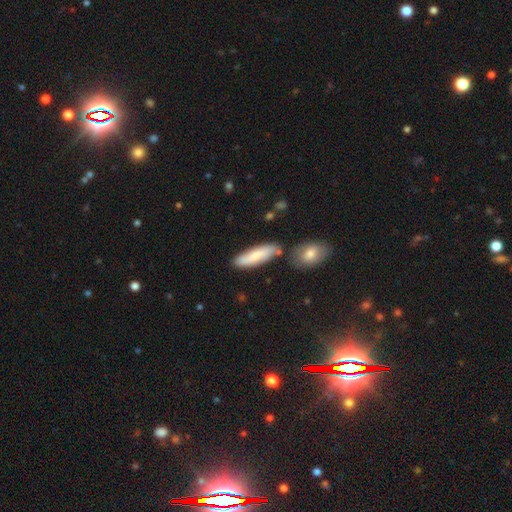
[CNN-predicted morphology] A smooth galaxy with no disk features (76%) that is cigar-shaped (62%).

Vote fractions:
- Smooth or featured? smooth: 76% / featured or disk: 18% / star or artifact: 6%
- How rounded? cigar-shaped: 62% / in between: 36% / round: 2%
- Merging? none: 71% / minor disturbance: 15% / merger: 10% / major disturbance: 3%